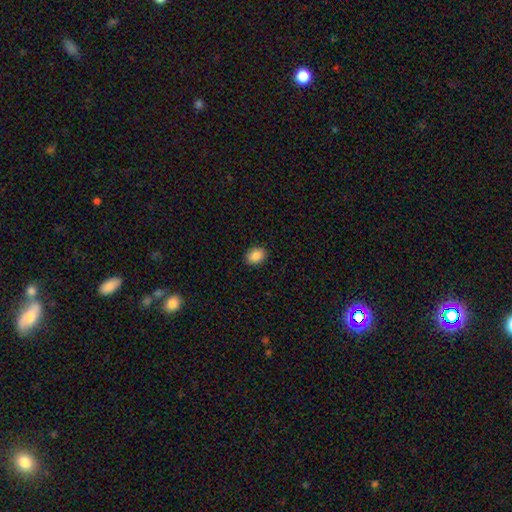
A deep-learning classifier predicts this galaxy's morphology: Overall: smooth (88%). How rounded: in between (65%; round 34%). Merging: none (90%).